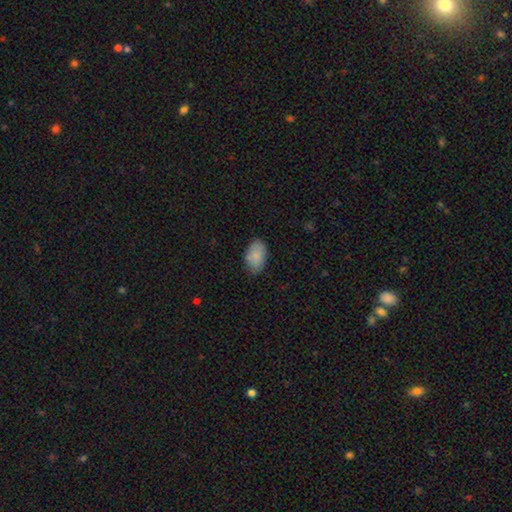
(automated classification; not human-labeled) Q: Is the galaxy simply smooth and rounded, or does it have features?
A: smooth — 87%.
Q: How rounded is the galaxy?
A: in between — 93%.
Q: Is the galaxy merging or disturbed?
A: none — 82%.